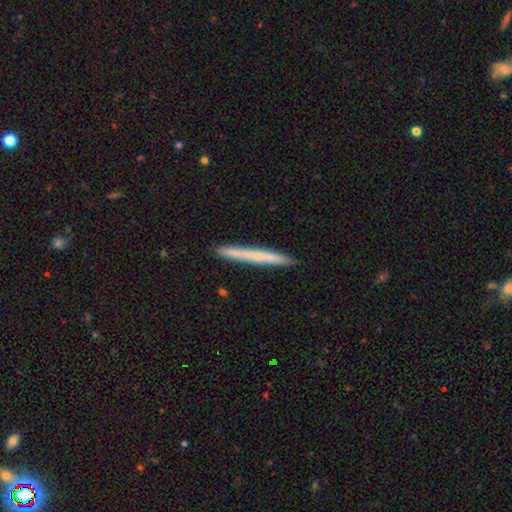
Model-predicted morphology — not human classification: smooth_or_featured: smooth (p=0.56) [alt: featured or disk p=0.38]
how_rounded: cigar-shaped (p=0.97) [alt: in between p=0.02]
merging: none (p=0.92) [alt: minor disturbance p=0.06]